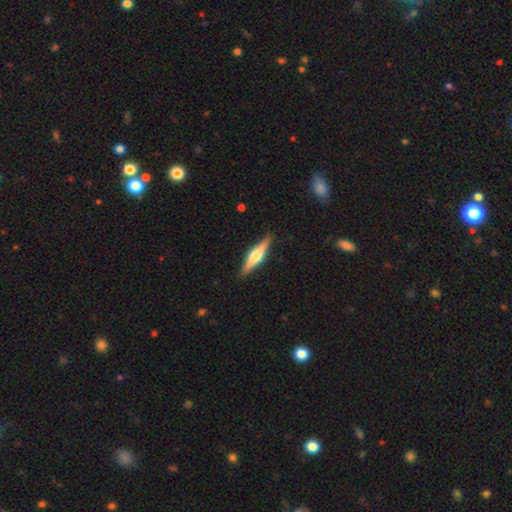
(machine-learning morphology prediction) The model was most divided on "smooth or featured": featured or disk: 65%, smooth: 30%, star or artifact: 5%. More confident: edge-on disk — yes (97%); edge-on bulge — rounded (91%); merging — none (90%).